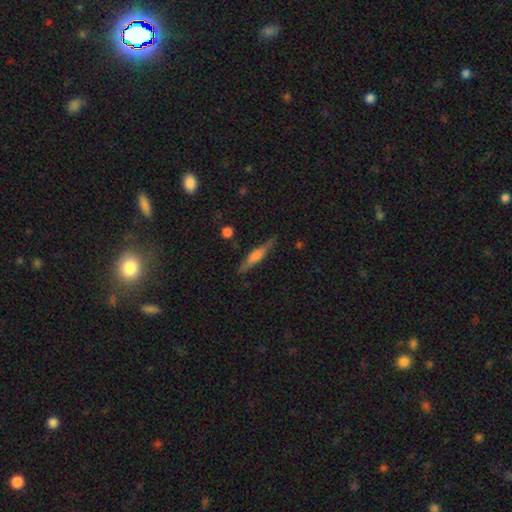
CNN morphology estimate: smooth-or-featured: featured or disk: 52% | smooth: 41% | star or artifact: 7%
  disk-edge-on: yes: 95% | no: 5%
  merging: none: 83% | minor disturbance: 12% | major disturbance: 3% | merger: 2%